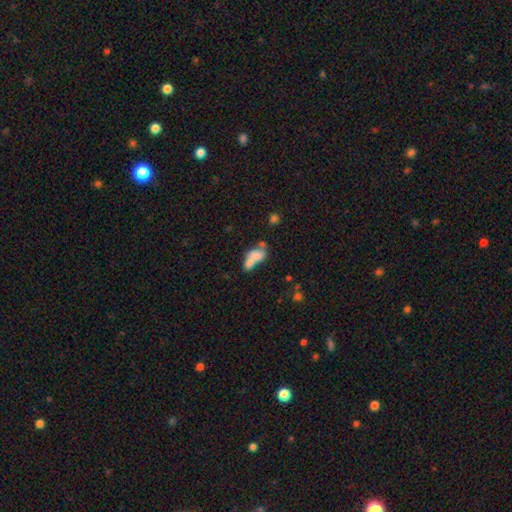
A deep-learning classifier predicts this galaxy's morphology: type=smooth (63%); roundness=in between (79%); merging=merger (65%).